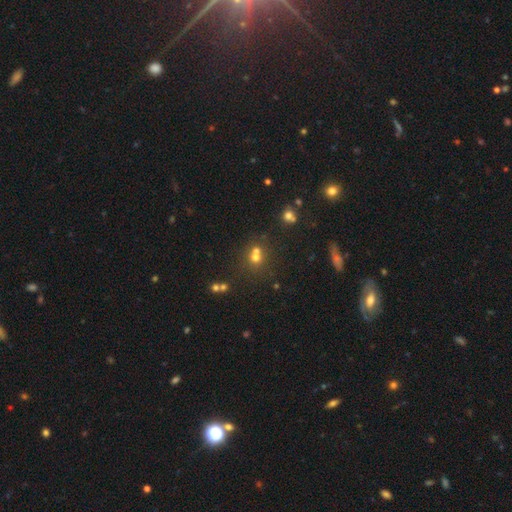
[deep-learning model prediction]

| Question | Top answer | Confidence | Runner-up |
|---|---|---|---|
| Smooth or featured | smooth | 62% | star or artifact (23%) |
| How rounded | round | 76% | in between (22%) |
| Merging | merger | 49% | none (40%) |